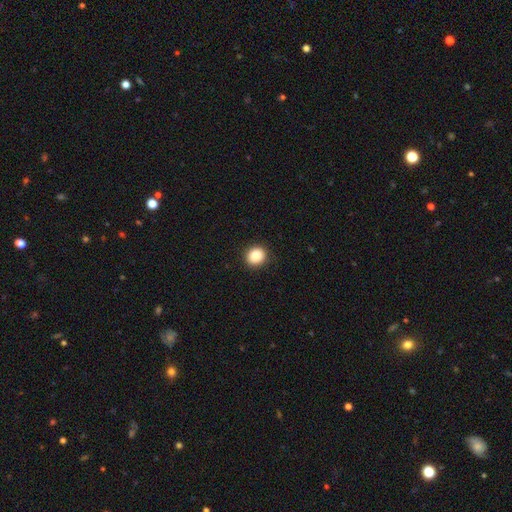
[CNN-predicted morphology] Smooth or featured?
  - smooth: 87% *
  - star or artifact: 9%
  - featured or disk: 4%
How rounded?
  - round: 85% *
  - in between: 14%
  - cigar-shaped: 1%
Merging?
  - none: 91% *
  - minor disturbance: 6%
  - major disturbance: 2%
  - merger: 1%